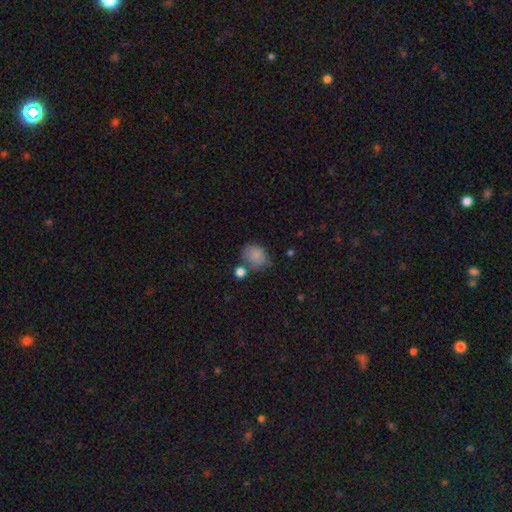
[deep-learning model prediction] Morphology: type=smooth (85%); roundness=in between (59%); merging=none (61%).